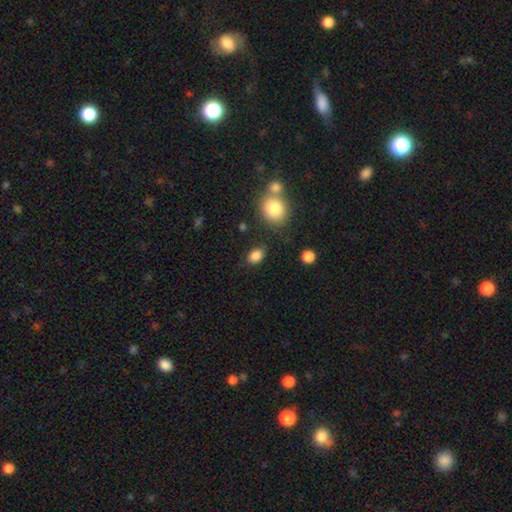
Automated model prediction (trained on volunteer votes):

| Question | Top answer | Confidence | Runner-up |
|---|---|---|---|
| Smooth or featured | smooth | 85% | star or artifact (10%) |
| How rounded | in between | 75% | round (23%) |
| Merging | none | 78% | minor disturbance (14%) |